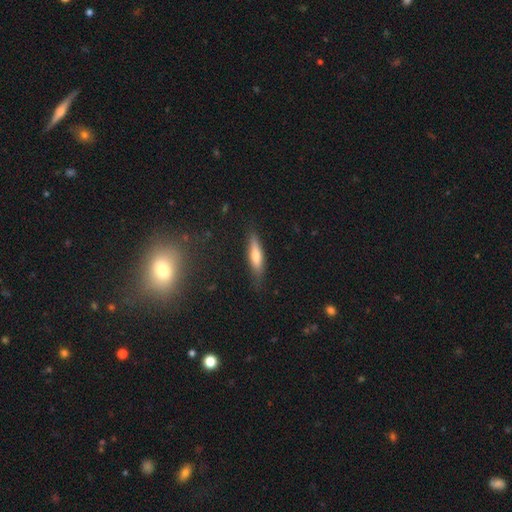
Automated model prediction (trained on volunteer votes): The model was most divided on "smooth or featured": smooth: 59%, featured or disk: 34%, star or artifact: 7%. More confident: merging — none (81%); how rounded — cigar-shaped (76%).